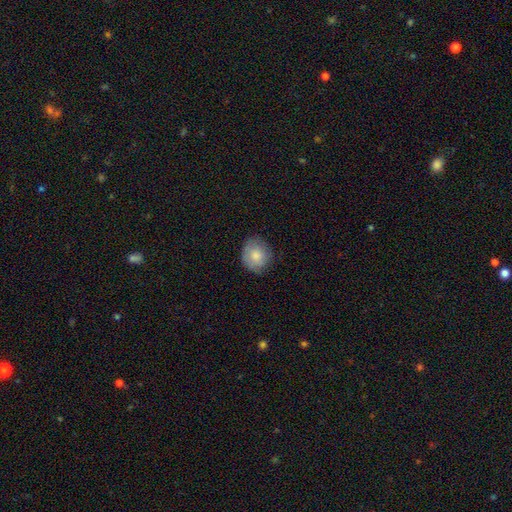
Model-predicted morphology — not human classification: A smooth galaxy with no disk features (74%) that is round (77%).

Vote fractions:
- Smooth or featured? smooth: 74% / featured or disk: 19% / star or artifact: 7%
- How rounded? round: 77% / in between: 22% / cigar-shaped: 1%
- Merging? none: 75% / minor disturbance: 20% / major disturbance: 4% / merger: 1%